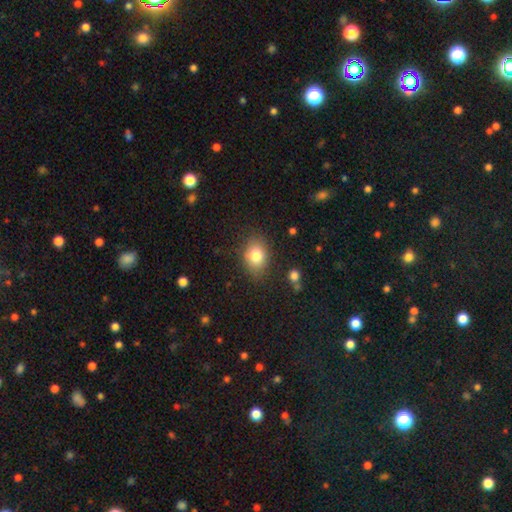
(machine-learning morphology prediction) Smooth or featured? smooth (80%)
How rounded? in between (70%)
Merging? none (79%)